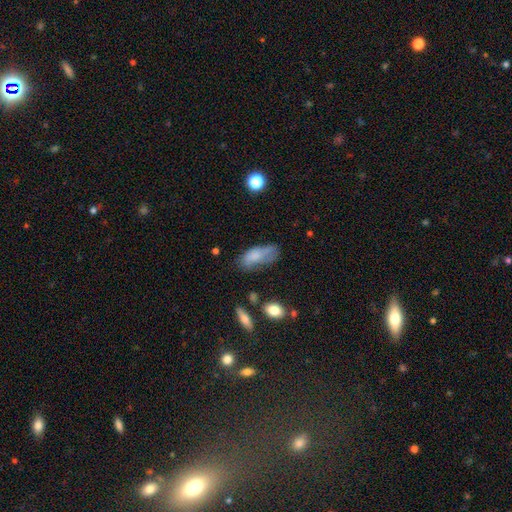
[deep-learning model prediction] smooth_or_featured: smooth (p=0.70) [alt: featured or disk p=0.21]
how_rounded: in between (p=0.86) [alt: cigar-shaped p=0.11]
merging: none (p=0.39) [alt: minor disturbance p=0.34]